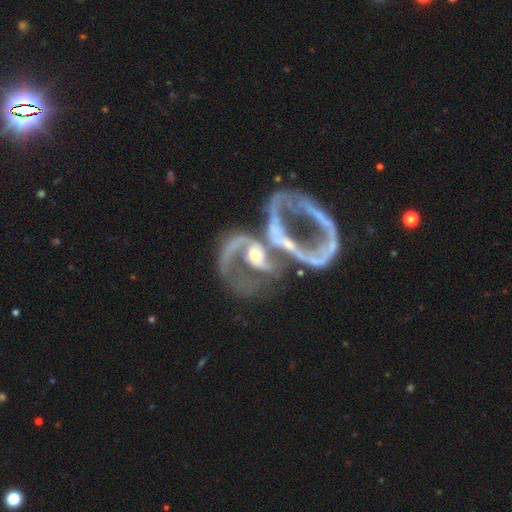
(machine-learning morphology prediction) Smooth or featured?
  - featured or disk: 80% *
  - smooth: 11%
  - star or artifact: 9%
Edge-on disk?
  - no: 96% *
  - yes: 4%
Bar?
  - no: 57% *
  - weak: 26%
  - strong: 17%
Spiral arms?
  - yes: 75% *
  - no: 25%
Spiral winding?
  - loose: 56% *
  - medium: 31%
  - tight: 13%
Spiral arm count?
  - 2: 47% *
  - 1: 27%
  - can't tell: 15%
  - 3: 6%
  - 4: 3%
  - more than 4: 3%
Bulge size?
  - moderate: 51% *
  - small: 28%
  - none: 10%
  - large: 7%
  - dominant: 3%
Merging?
  - merger: 60% *
  - major disturbance: 24%
  - none: 10%
  - minor disturbance: 7%